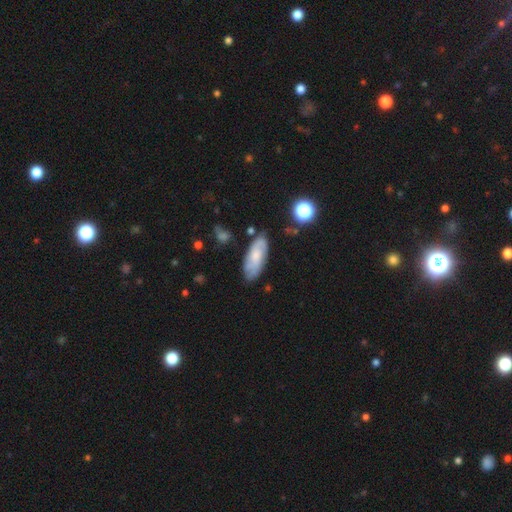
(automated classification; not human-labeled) smooth_or_featured: featured or disk (p=0.51) [alt: smooth p=0.41]
disk_edge_on: no (p=0.88) [alt: yes p=0.12]
merging: none (p=0.73) [alt: minor disturbance p=0.19]